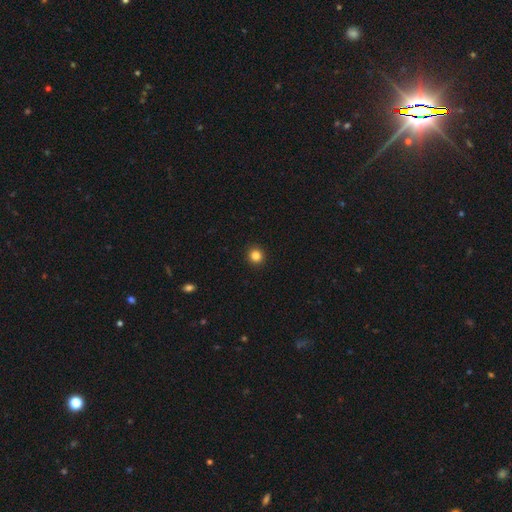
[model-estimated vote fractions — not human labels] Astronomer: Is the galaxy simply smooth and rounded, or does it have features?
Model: smooth — 84%.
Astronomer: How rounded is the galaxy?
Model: round — 94%.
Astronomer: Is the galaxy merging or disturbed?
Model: none — 93%.